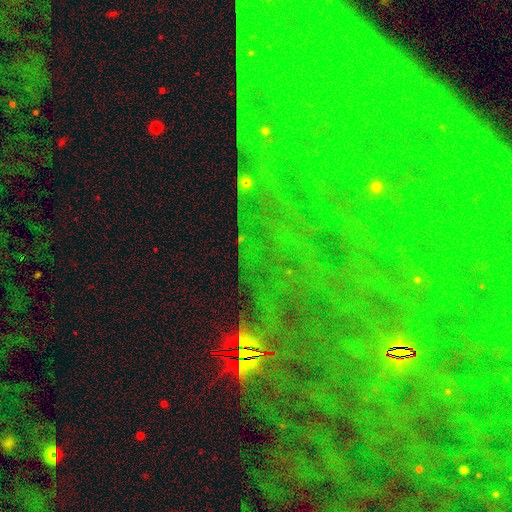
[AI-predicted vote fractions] Q: Smooth or featured?
A: star or artifact (83%); runner-up: featured or disk (9%)